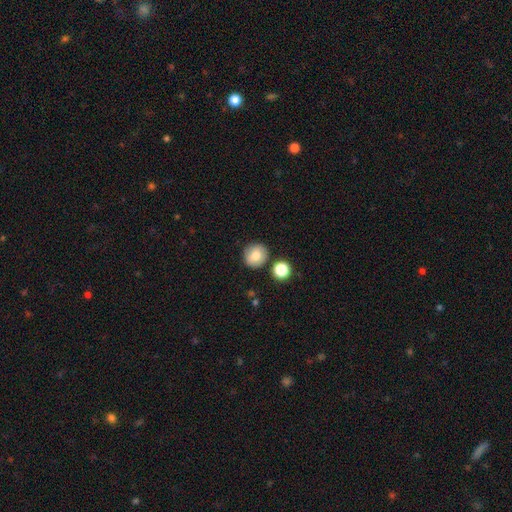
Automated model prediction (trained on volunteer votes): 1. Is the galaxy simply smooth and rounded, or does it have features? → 78% smooth, 12% featured or disk, 10% star or artifact.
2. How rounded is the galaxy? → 89% round, 10% in between, 1% cigar-shaped.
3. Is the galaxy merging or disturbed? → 82% none, 9% minor disturbance, 6% merger, 2% major disturbance.